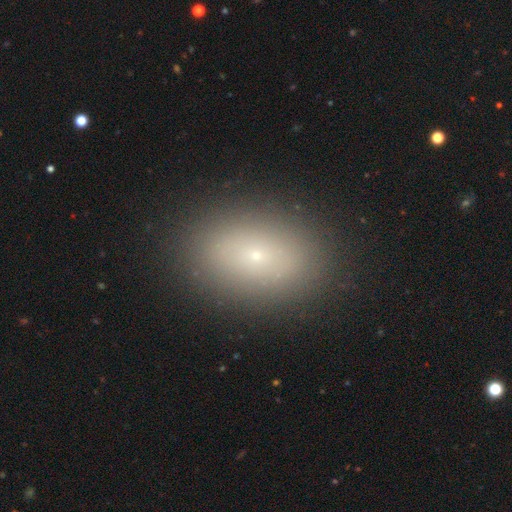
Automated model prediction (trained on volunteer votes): Morphology: type=smooth (66%); roundness=in between (83%); merging=none (87%).